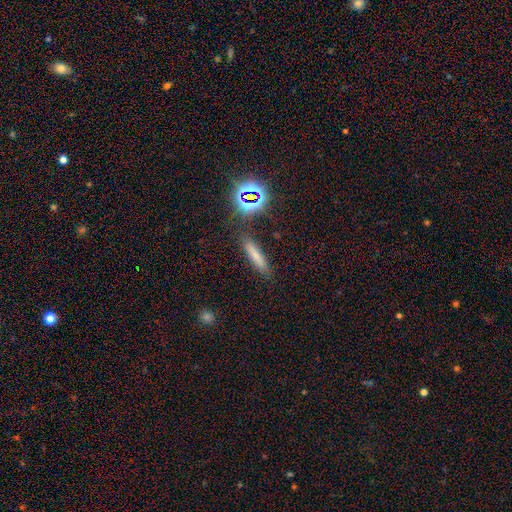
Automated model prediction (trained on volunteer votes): The model was most divided on "smooth or featured": smooth: 70%, star or artifact: 18%, featured or disk: 12%. More confident: merging — none (85%); how rounded — cigar-shaped (85%).